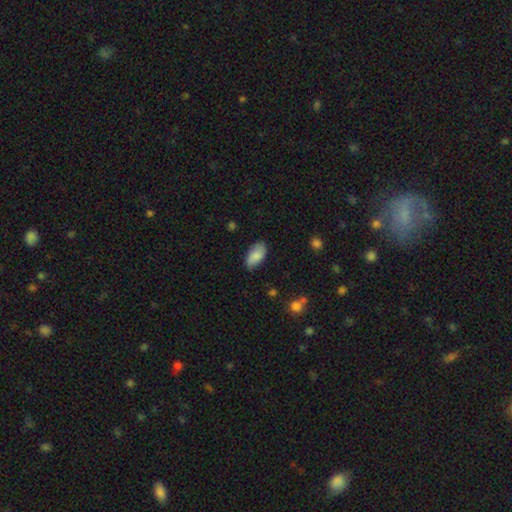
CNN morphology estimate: A smooth galaxy with no disk features (83%) that is in between round and cigar-shaped (94%). Merging: none (77%).